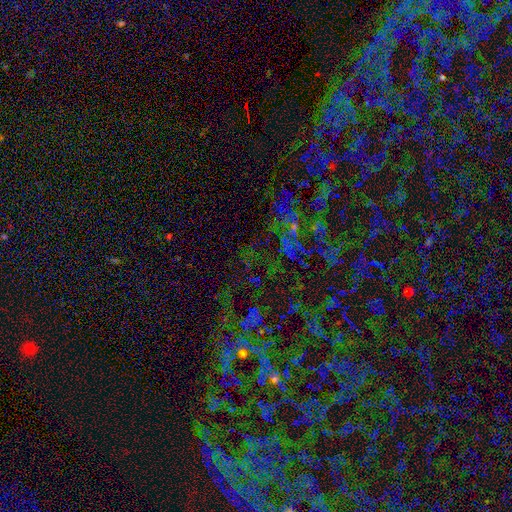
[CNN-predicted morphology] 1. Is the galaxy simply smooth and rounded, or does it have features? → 76% star or artifact, 13% smooth, 11% featured or disk.